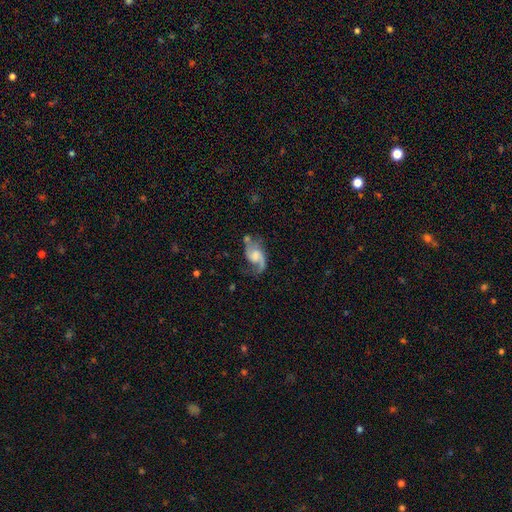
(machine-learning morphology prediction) A featured or disk galaxy (82%) with no bar (55%), 2 (86%) loose (55%) spiral arms (95%) and a moderate central bulge (30%).

Vote fractions:
- Smooth or featured? featured or disk: 82% / smooth: 12% / star or artifact: 6%
- Edge-on disk? no: 97% / yes: 3%
- Bar? no: 55% / weak: 38% / strong: 8%
- Spiral arms? yes: 95% / no: 5%
- Spiral winding? loose: 55% / medium: 37% / tight: 8%
- Spiral arm count? 2: 86% / 1: 8% / can't tell: 3% / 3: 1% / 4: 1% / more than 4: 1%
- Bulge size? moderate: 30% / none: 26% / large: 21% / small: 20% / dominant: 3%
- Merging? none: 56% / minor disturbance: 23% / major disturbance: 16% / merger: 6%